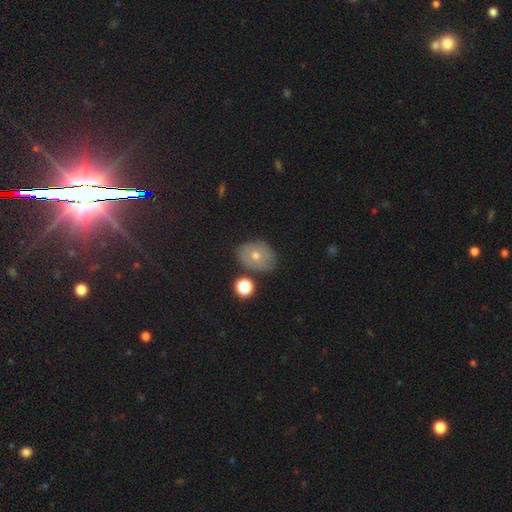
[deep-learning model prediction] Smooth or featured? smooth (55%)
How rounded? in between (64%)
Merging? none (76%)